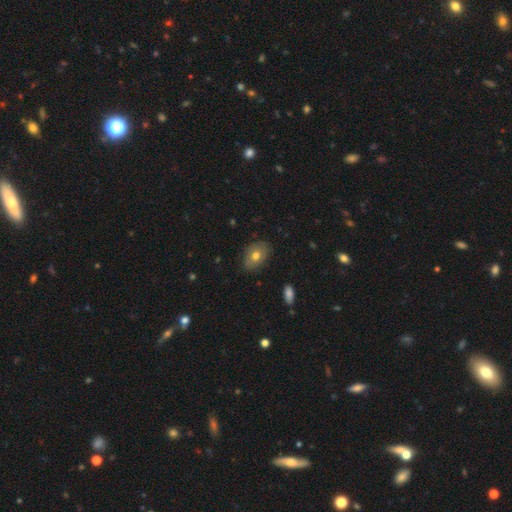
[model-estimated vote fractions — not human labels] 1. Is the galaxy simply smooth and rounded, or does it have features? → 68% smooth, 24% featured or disk, 8% star or artifact.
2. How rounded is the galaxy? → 82% in between, 17% round, 1% cigar-shaped.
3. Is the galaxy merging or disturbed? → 83% none, 13% minor disturbance, 3% major disturbance, 1% merger.